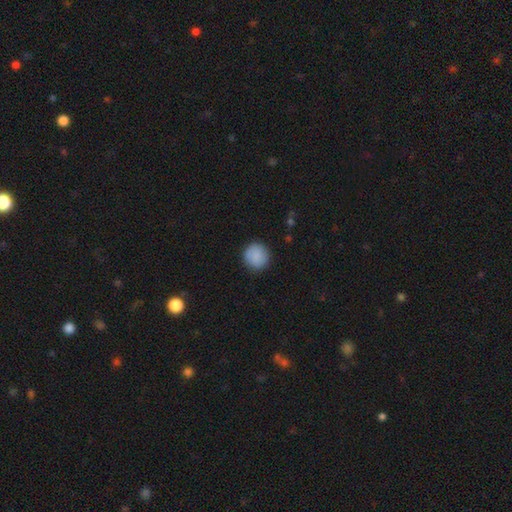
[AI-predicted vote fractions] A smooth galaxy with no disk features (87%) that is round (93%).

Vote fractions:
- Smooth or featured? smooth: 87% / star or artifact: 7% / featured or disk: 6%
- How rounded? round: 93% / in between: 6% / cigar-shaped: 1%
- Merging? none: 88% / minor disturbance: 8% / major disturbance: 2% / merger: 1%